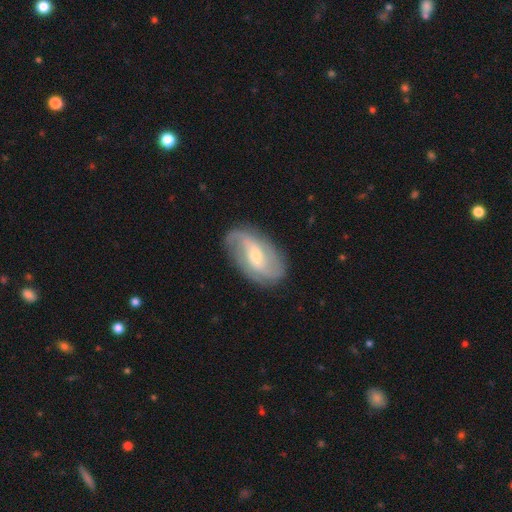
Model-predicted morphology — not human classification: The model was most divided on "spiral winding": medium: 40%, loose: 38%, tight: 22%. Remaining: edge-on disk — no (96%); spiral arms — yes (94%); smooth or featured — featured or disk (81%); merging — none (79%); spiral arm count — 2 (66%); bulge size — small (54%); bar — weak (47%).